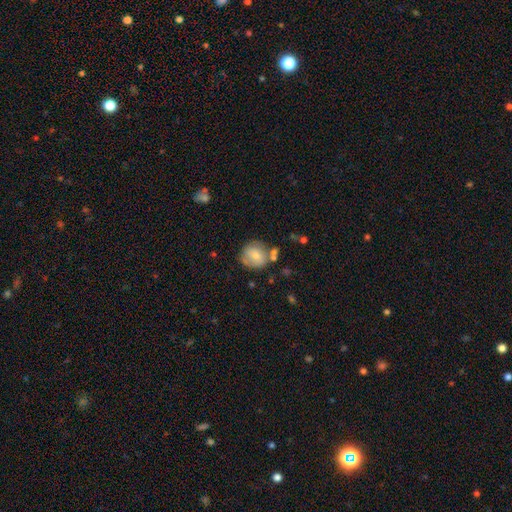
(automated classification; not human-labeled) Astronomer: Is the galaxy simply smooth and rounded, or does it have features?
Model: smooth — 65%.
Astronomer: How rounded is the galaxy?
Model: round — 81%.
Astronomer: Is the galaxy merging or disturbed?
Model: none — 60%.